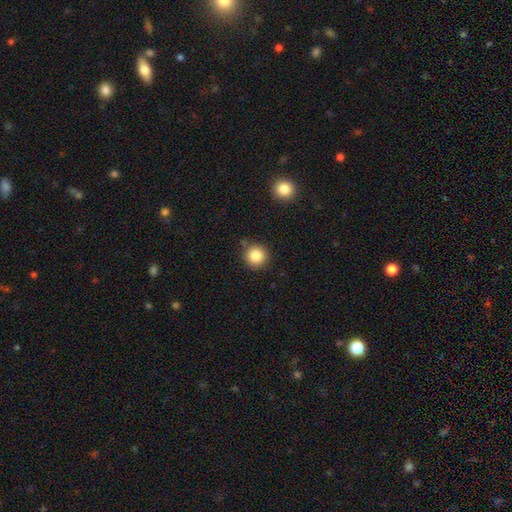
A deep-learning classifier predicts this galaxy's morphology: Smooth or featured? Predicted: smooth (p=0.85). How rounded? Predicted: round (p=0.94). Merging? Predicted: none (p=0.84).